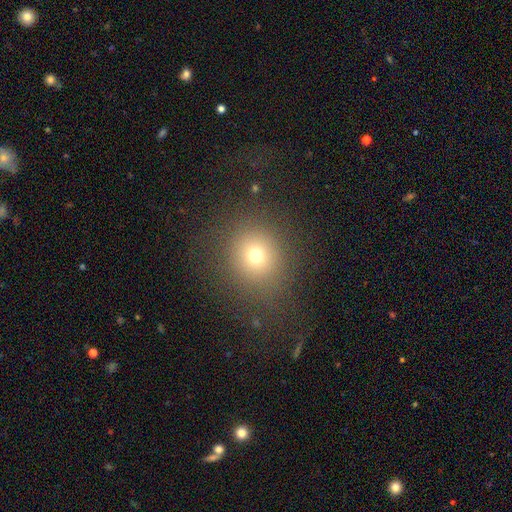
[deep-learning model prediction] smooth-or-featured: smooth: 70% | star or artifact: 19% | featured or disk: 11%
  how-rounded: round: 86% | in between: 13% | cigar-shaped: 1%
  merging: none: 83% | minor disturbance: 9% | major disturbance: 6% | merger: 1%